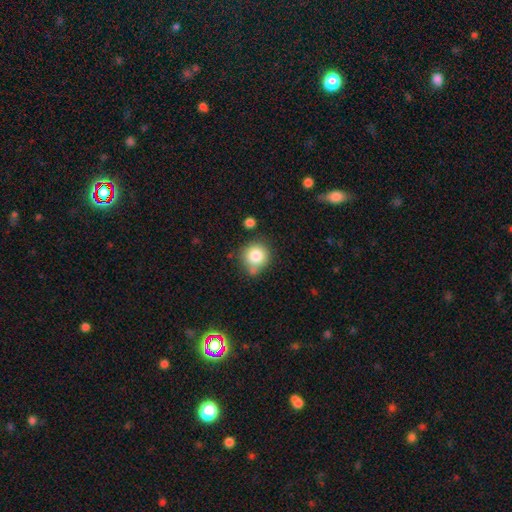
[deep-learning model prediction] Smooth or featured: smooth — 82% (star or artifact — 10%)
How rounded: round — 89% (in between — 10%)
Merging: none — 65% (minor disturbance — 18%)